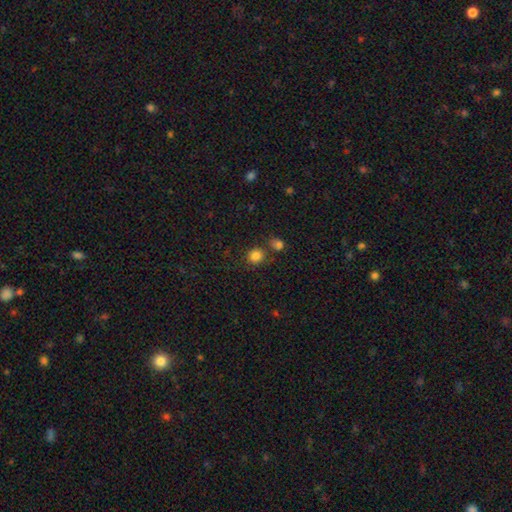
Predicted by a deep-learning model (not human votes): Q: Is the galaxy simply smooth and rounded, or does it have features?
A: smooth — 83%.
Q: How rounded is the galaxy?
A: round — 86%.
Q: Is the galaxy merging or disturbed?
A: none — 72%.